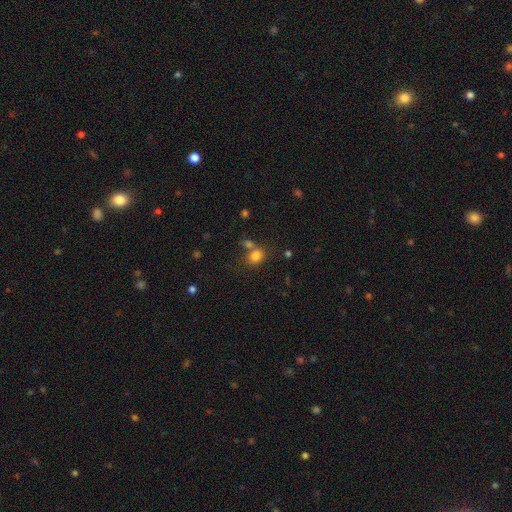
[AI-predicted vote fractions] Overall: smooth (80%). How rounded: round (51%; in between 48%). Merging: none (55%; merger 28%).